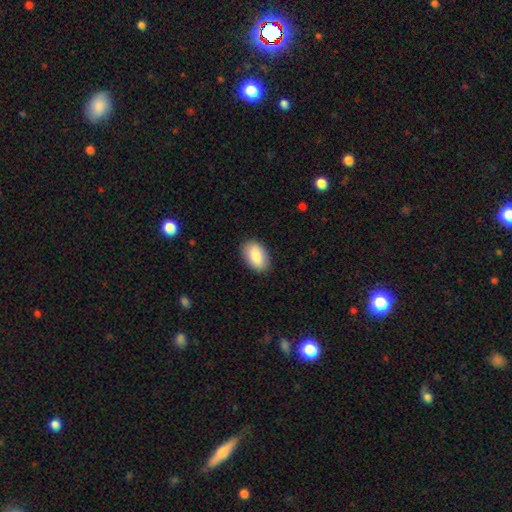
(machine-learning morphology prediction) Smooth or featured? smooth (86%)
How rounded? in between (92%)
Merging? none (88%)